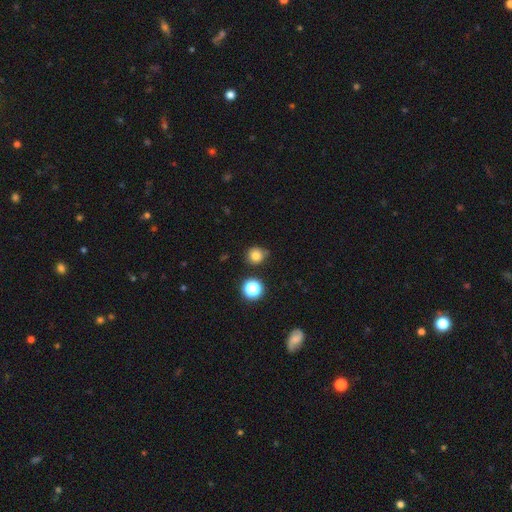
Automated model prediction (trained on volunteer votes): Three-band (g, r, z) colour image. It shows a smooth galaxy with no disk features (79%) that is round (88%). Merging: none (75%).